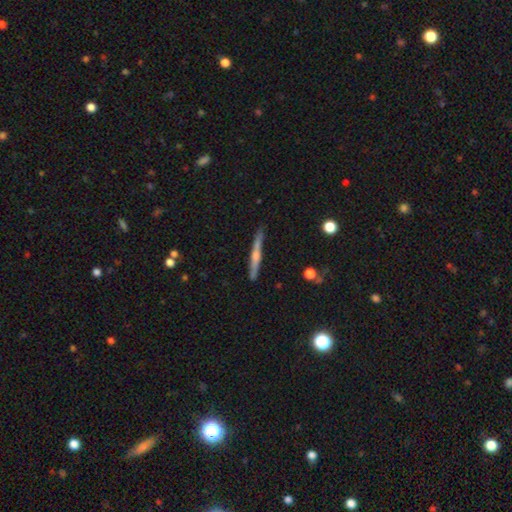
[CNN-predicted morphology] This is likely a featured or disk galaxy (63%). It is clearly viewed edge-on (96%). Edge-on bulge: likely rounded (68%). Merging: clearly none (87%).